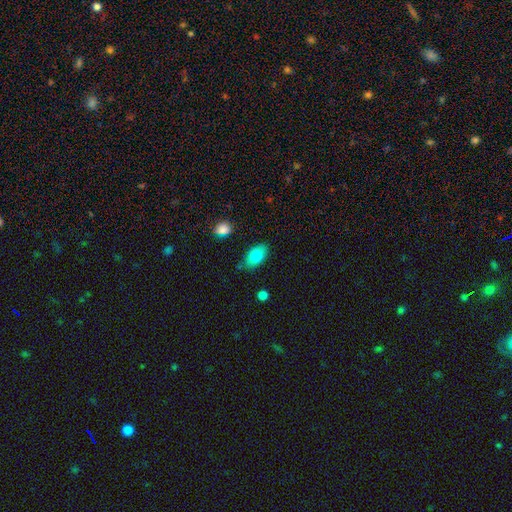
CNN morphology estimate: type=smooth (80%); roundness=in between (90%); merging=none (77%).